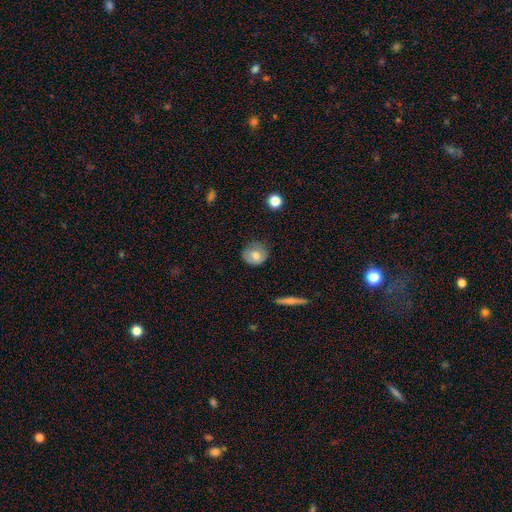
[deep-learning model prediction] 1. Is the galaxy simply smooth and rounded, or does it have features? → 72% smooth, 20% featured or disk, 8% star or artifact.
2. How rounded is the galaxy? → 80% round, 19% in between, 1% cigar-shaped.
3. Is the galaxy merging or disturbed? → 72% none, 21% minor disturbance, 5% major disturbance, 1% merger.